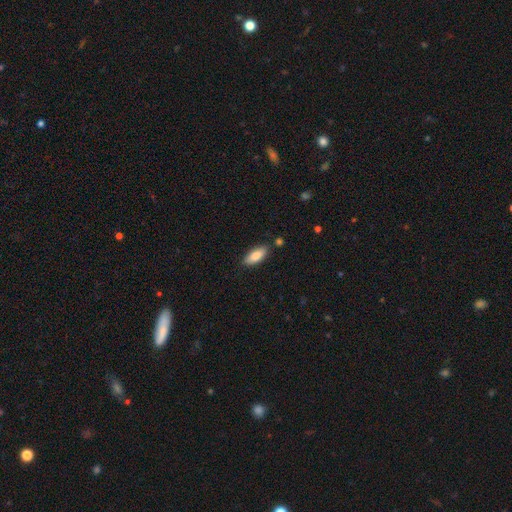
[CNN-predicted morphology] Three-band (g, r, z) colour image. It shows a smooth galaxy with no disk features (84%) that is in between round and cigar-shaped (79%). Merging: none (84%).